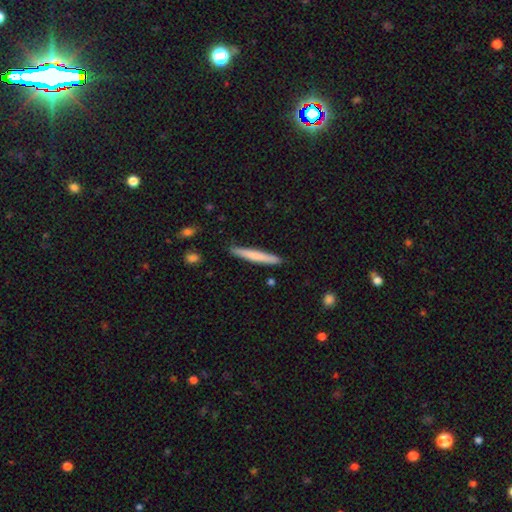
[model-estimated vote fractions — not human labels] The model was most divided on "smooth or featured": smooth: 71%, featured or disk: 24%, star or artifact: 5%. More confident: how rounded — cigar-shaped (96%); merging — none (89%).